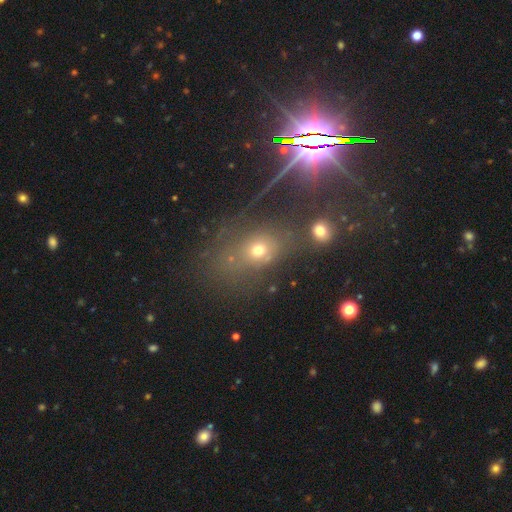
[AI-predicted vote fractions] This is possibly a star or artifact rather than a galaxy (52%).